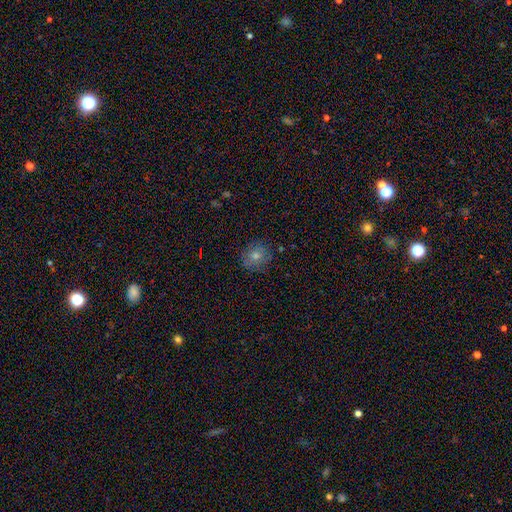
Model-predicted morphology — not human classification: Smooth or featured? Predicted: smooth (p=0.63). How rounded? Predicted: round (p=0.85). Merging? Predicted: none (p=0.85).